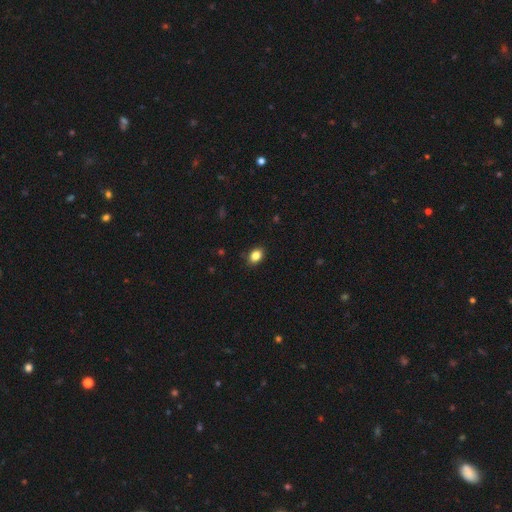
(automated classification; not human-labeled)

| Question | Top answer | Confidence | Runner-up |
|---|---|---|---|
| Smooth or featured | smooth | 85% | star or artifact (10%) |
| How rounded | in between | 74% | round (25%) |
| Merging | none | 86% | minor disturbance (11%) |